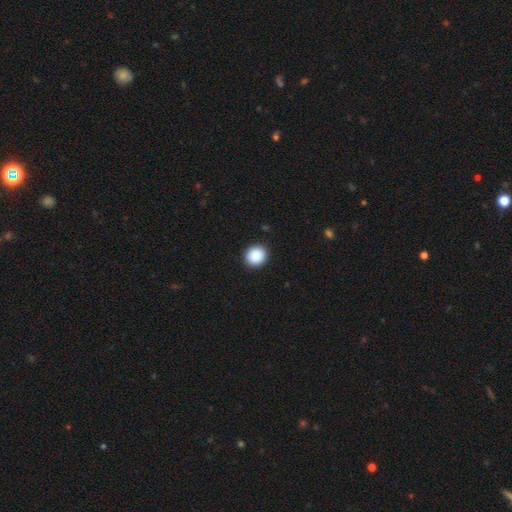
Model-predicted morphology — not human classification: The model was most divided on "smooth or featured": smooth: 89%, star or artifact: 8%, featured or disk: 3%. More confident: merging — none (93%); how rounded — round (92%).